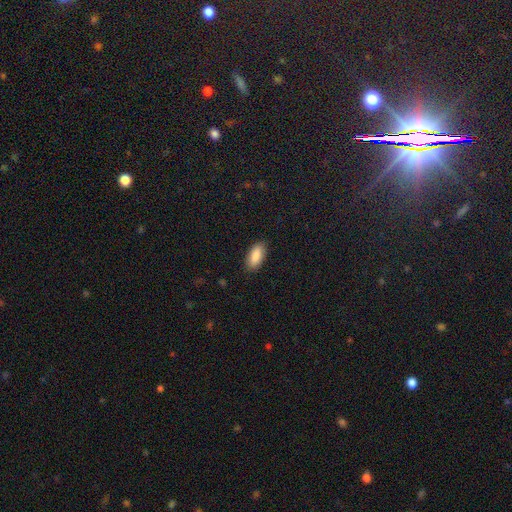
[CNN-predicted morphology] This appears to be a smooth galaxy with no disk features (89%) that is in between round and cigar-shaped (87%). Merging: none (88%).